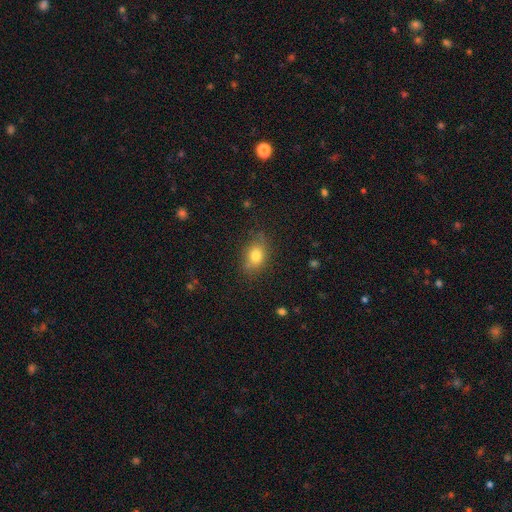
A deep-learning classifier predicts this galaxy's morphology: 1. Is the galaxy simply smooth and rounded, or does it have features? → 78% smooth, 12% featured or disk, 10% star or artifact.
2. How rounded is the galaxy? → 73% in between, 25% round, 2% cigar-shaped.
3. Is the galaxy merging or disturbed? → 73% none, 19% minor disturbance, 5% major disturbance, 3% merger.